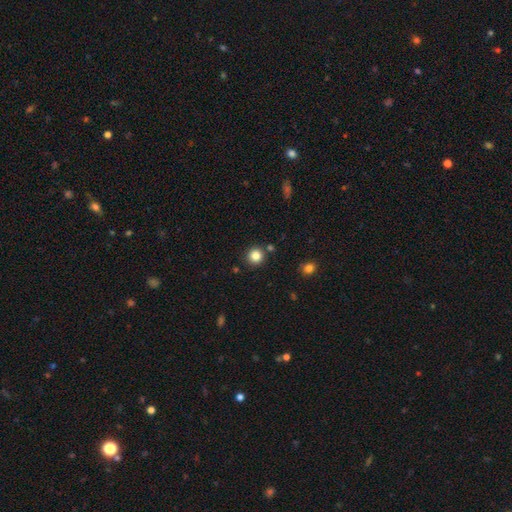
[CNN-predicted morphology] smooth_or_featured: smooth (p=0.84) [alt: star or artifact p=0.11]
how_rounded: round (p=0.94) [alt: in between p=0.05]
merging: none (p=0.87) [alt: minor disturbance p=0.06]